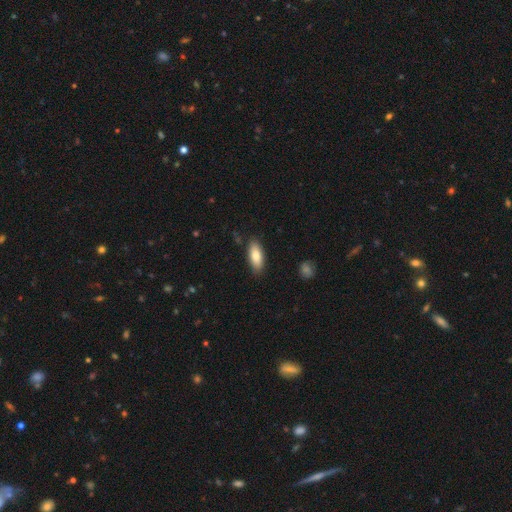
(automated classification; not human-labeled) smooth_or_featured: smooth (p=0.82) [alt: featured or disk p=0.12]
how_rounded: in between (p=0.79) [alt: cigar-shaped p=0.19]
merging: none (p=0.85) [alt: minor disturbance p=0.11]